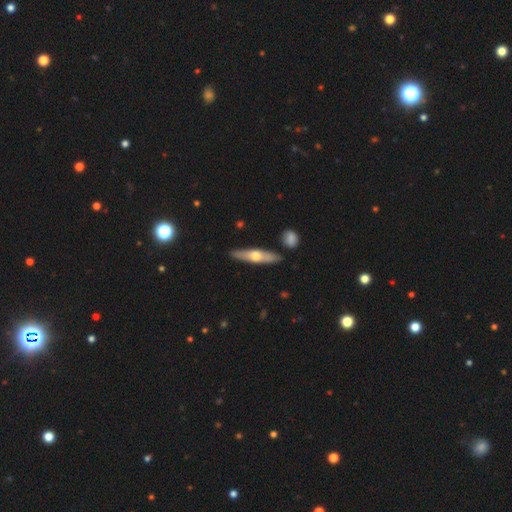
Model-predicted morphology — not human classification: A featured or disk galaxy (53%) viewed edge-on (87%). Merging: none (87%).